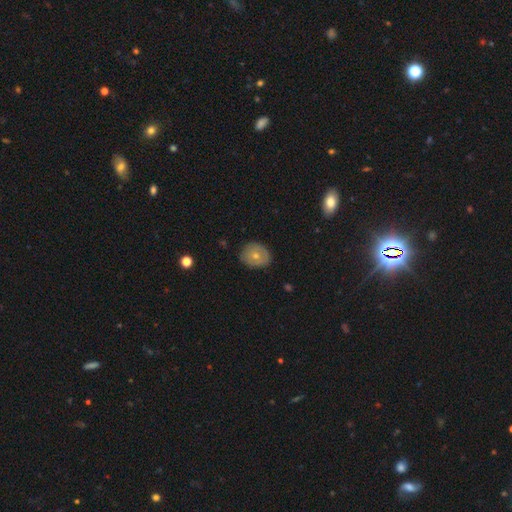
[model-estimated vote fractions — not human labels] Smooth or featured: smooth — 60% (featured or disk — 32%)
How rounded: round — 61% (in between — 38%)
Merging: none — 81% (minor disturbance — 15%)